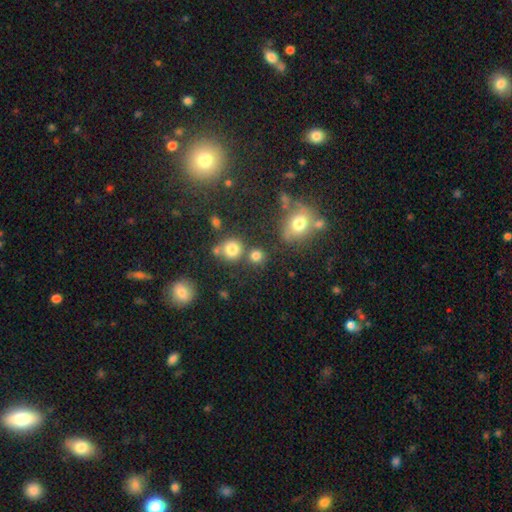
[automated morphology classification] Smooth or featured? Predicted: smooth (p=0.78). How rounded? Predicted: round (p=0.84). Merging? Predicted: none (p=0.69).